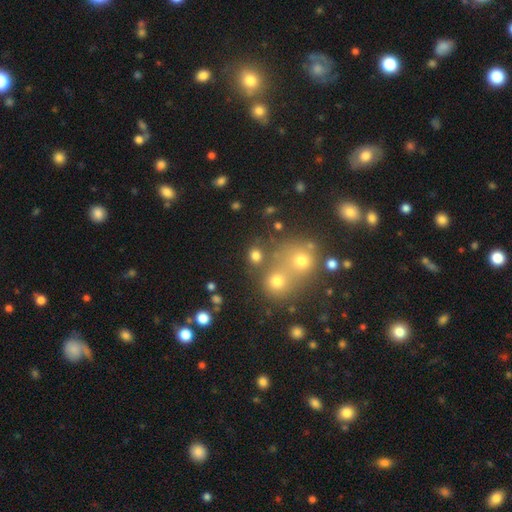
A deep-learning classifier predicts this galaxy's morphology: type=smooth (75%); roundness=round (76%); merging=none (63%).